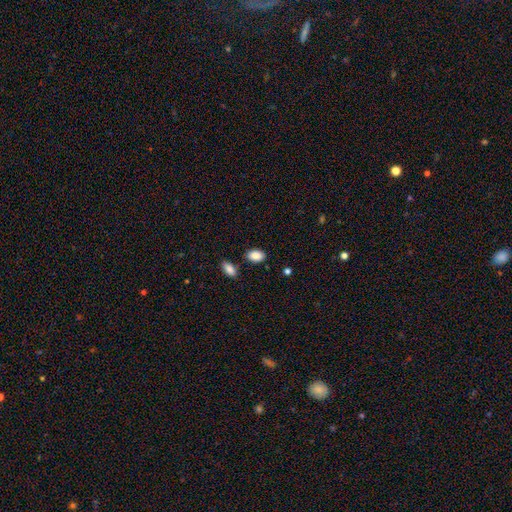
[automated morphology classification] The model was most divided on "merging": none: 80%, minor disturbance: 11%, merger: 6%, major disturbance: 3%. More confident: how rounded — in between (89%); smooth or featured — smooth (89%).